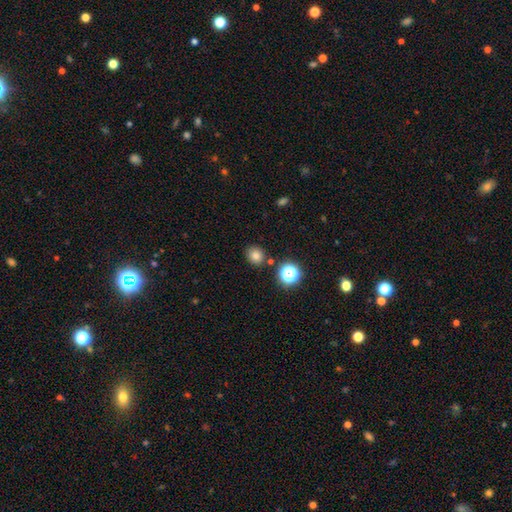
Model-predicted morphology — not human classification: A smooth galaxy with no disk features (77%) that is round (80%).

Vote fractions:
- Smooth or featured? smooth: 77% / star or artifact: 16% / featured or disk: 7%
- How rounded? round: 80% / in between: 19% / cigar-shaped: 1%
- Merging? none: 84% / minor disturbance: 8% / merger: 5% / major disturbance: 3%